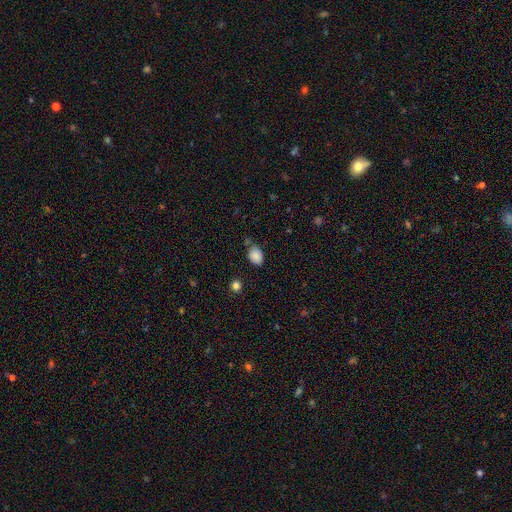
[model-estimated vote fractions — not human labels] Morphology: type=smooth (87%); roundness=in between (70%); merging=none (69%).